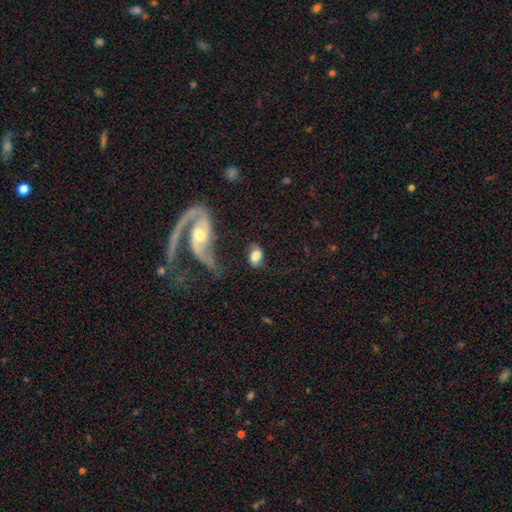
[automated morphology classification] Smooth or featured?
  - smooth: 67% *
  - featured or disk: 25%
  - star or artifact: 8%
How rounded?
  - in between: 83% *
  - round: 15%
  - cigar-shaped: 2%
Merging?
  - none: 61% *
  - minor disturbance: 19%
  - major disturbance: 11%
  - merger: 9%